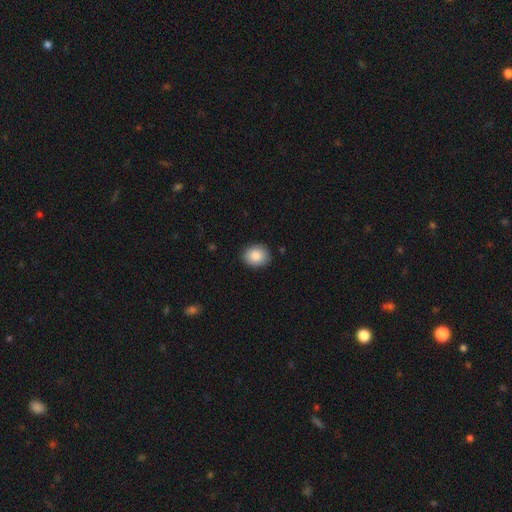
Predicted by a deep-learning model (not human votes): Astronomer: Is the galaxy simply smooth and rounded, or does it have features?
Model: smooth — 87%.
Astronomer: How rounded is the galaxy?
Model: round — 61% (runner-up: in between, 38%).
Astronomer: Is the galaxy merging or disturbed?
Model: none — 89%.